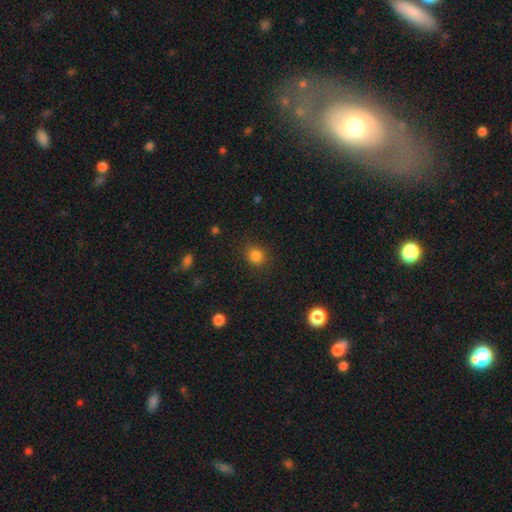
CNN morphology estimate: Smooth or featured: smooth — 84% (star or artifact — 12%)
How rounded: round — 77% (in between — 22%)
Merging: none — 87% (minor disturbance — 9%)